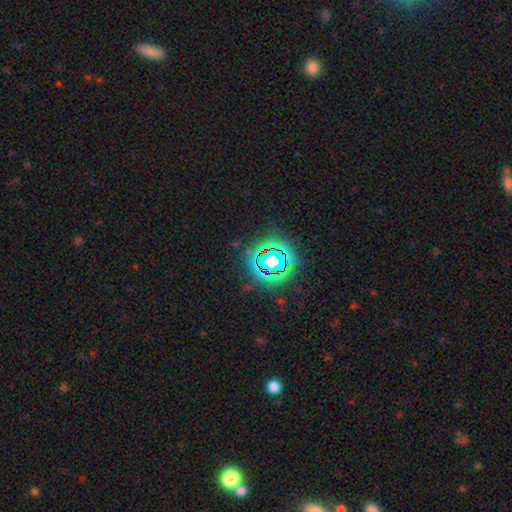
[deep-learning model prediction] Smooth or featured?
  - star or artifact: 80% *
  - smooth: 13%
  - featured or disk: 7%